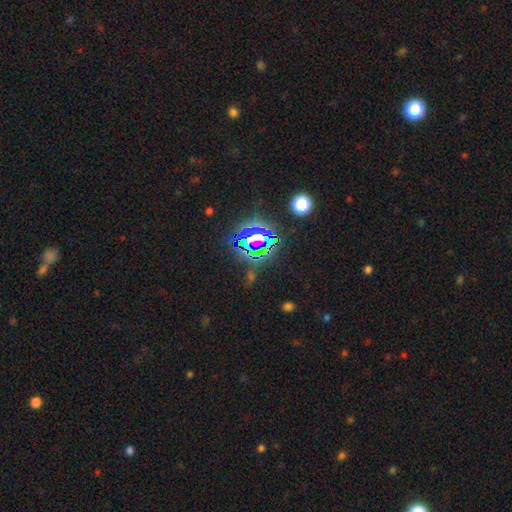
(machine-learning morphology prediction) This appears to be a star or artifact, not a galaxy (80%).